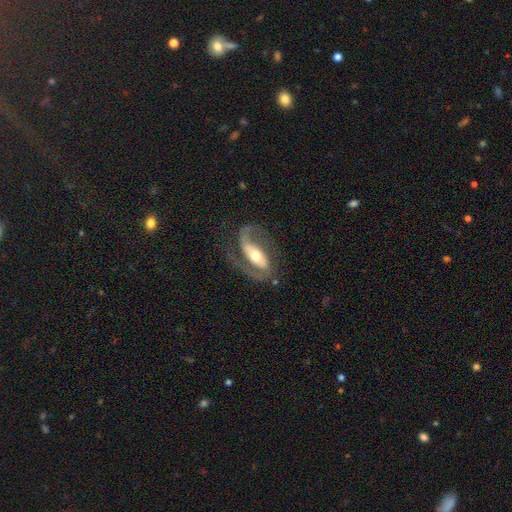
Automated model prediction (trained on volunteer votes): smooth-or-featured: featured or disk: 85% | smooth: 11% | star or artifact: 5%
  disk-edge-on: no: 94% | yes: 6%
    bar: strong: 47% | weak: 29% | no: 24%
    has-spiral-arms: yes: 94% | no: 6%
      spiral-winding: medium: 49% | loose: 32% | tight: 19%
      spiral-arm-count: 2: 79% | 1: 16% | can't tell: 3% | 3: 1% | 4: 1% | more than 4: 1%
    bulge-size: moderate: 63% | small: 22% | large: 12% | dominant: 2% | none: 1%
  merging: none: 63% | major disturbance: 19% | minor disturbance: 16% | merger: 2%